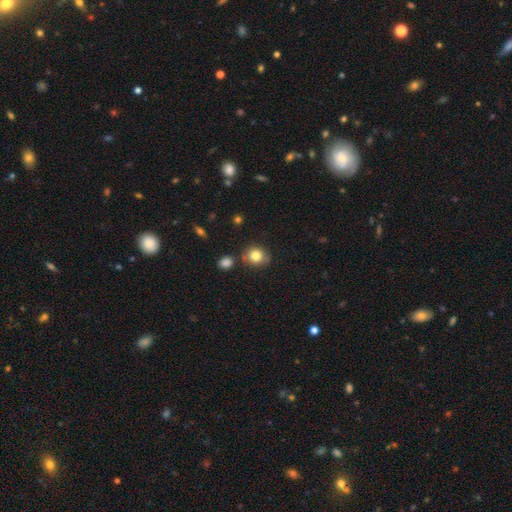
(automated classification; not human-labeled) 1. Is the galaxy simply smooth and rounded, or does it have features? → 82% smooth, 10% star or artifact, 8% featured or disk.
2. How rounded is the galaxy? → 78% round, 21% in between, 1% cigar-shaped.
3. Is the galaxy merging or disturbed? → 75% none, 14% minor disturbance, 8% merger, 3% major disturbance.